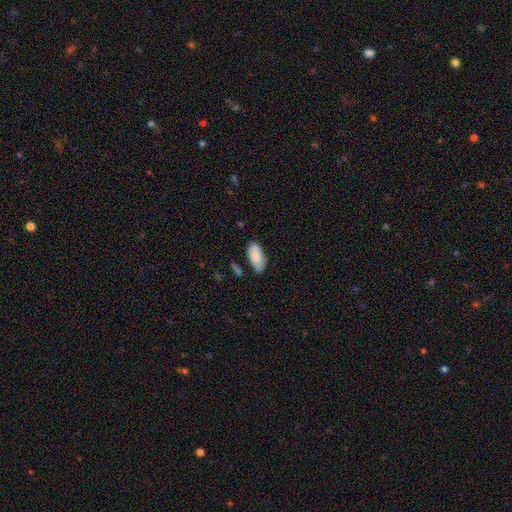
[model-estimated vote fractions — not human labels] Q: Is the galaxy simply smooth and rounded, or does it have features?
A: smooth — 84%.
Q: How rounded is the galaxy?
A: in between — 90%.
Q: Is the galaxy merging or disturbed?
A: none — 73%.